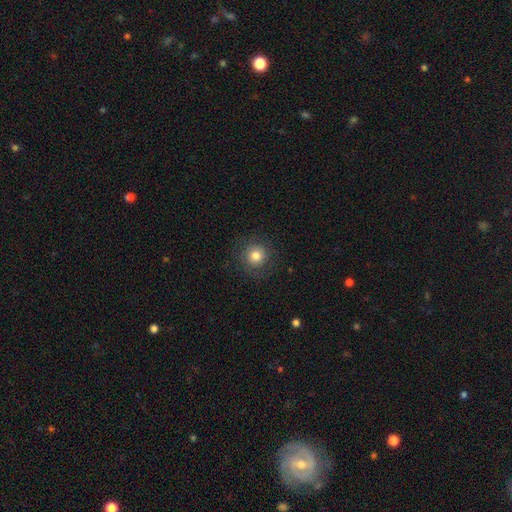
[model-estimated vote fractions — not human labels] smooth_or_featured: smooth (p=0.78) [alt: featured or disk p=0.12]
how_rounded: round (p=0.93) [alt: in between p=0.06]
merging: none (p=0.83) [alt: minor disturbance p=0.10]